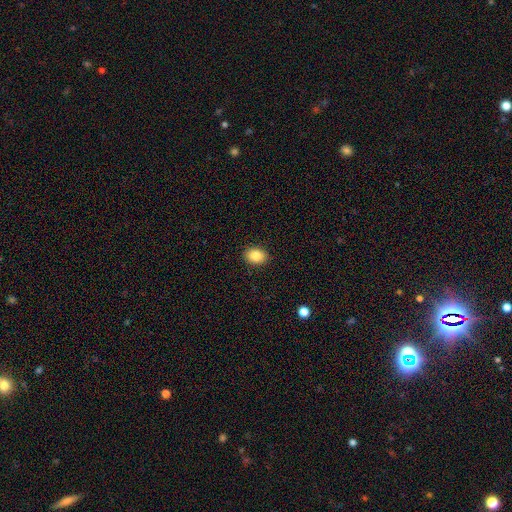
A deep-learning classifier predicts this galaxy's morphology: Smooth or featured: smooth — 84% (star or artifact — 9%)
How rounded: in between — 64% (round — 35%)
Merging: none — 90% (minor disturbance — 7%)